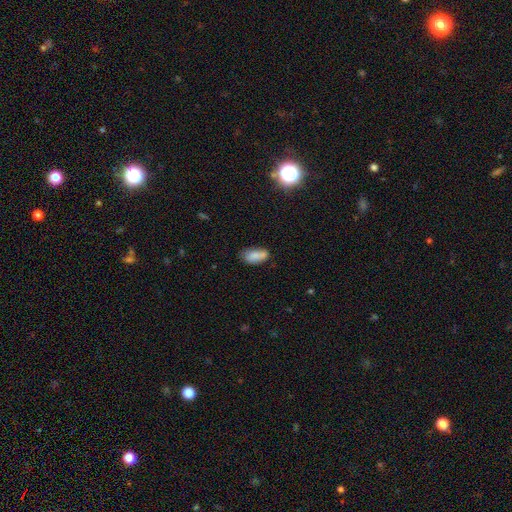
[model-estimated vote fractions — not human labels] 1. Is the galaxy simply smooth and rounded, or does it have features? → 80% smooth, 11% featured or disk, 8% star or artifact.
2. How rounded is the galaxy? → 88% in between, 9% cigar-shaped, 3% round.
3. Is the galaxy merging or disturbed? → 61% none, 27% minor disturbance, 6% major disturbance, 5% merger.